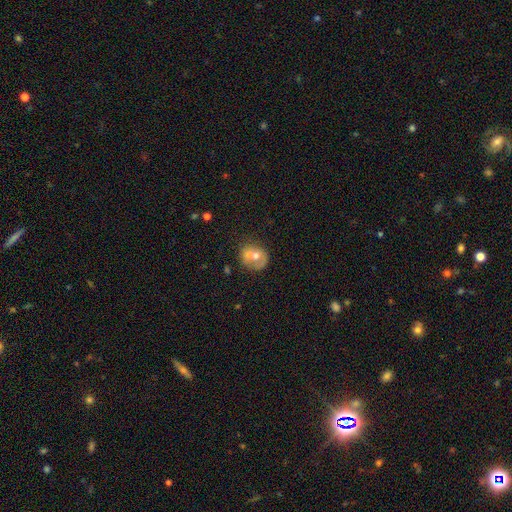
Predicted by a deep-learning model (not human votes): A featured or disk galaxy (47%).

Vote fractions:
- Smooth or featured? featured or disk: 47% / smooth: 43% / star or artifact: 10%
- Merging? none: 53% / minor disturbance: 24% / major disturbance: 12% / merger: 11%